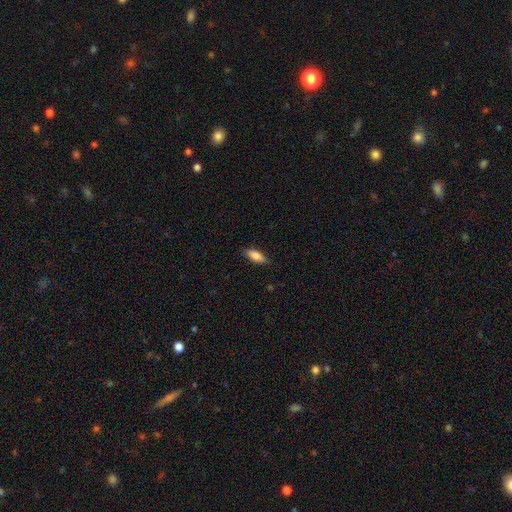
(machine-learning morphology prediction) smooth 81%, featured or disk 12%, star or artifact 6%. Down the decision tree: how rounded — in between (73%); merging — none (84%).